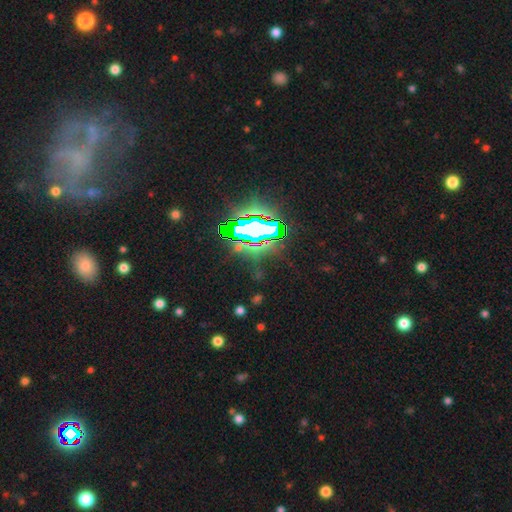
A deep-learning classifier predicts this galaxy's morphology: Q: Smooth or featured?
A: star or artifact (77%); runner-up: featured or disk (12%)